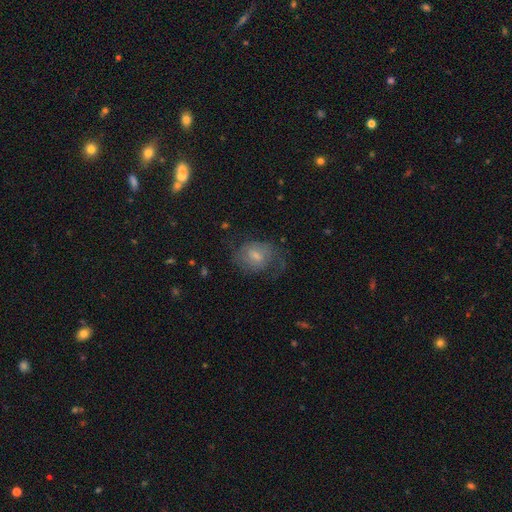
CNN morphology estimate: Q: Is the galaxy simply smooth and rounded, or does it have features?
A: featured or disk — 63%.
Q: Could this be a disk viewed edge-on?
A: no — 97%.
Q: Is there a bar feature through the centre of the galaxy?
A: weak — 48%.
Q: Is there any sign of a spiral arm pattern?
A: yes — 88%.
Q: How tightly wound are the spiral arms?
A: medium — 45%.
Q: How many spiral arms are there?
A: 2 — 63%.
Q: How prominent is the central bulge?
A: small — 46%.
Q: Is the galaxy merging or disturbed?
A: none — 60%.